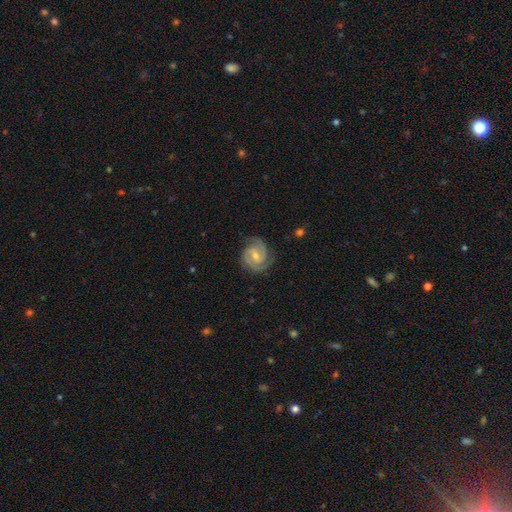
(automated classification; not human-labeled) Smooth or featured? Predicted: featured or disk (p=0.88). Edge-on disk? Predicted: no (p=0.98). Bar? Predicted: weak (p=0.50). Spiral arms? Predicted: yes (p=0.98). Spiral winding? Predicted: tight (p=0.61). Spiral arm count? Predicted: 2 (p=0.66). Bulge size? Predicted: moderate (p=0.48, tied with small). Merging? Predicted: none (p=0.79).